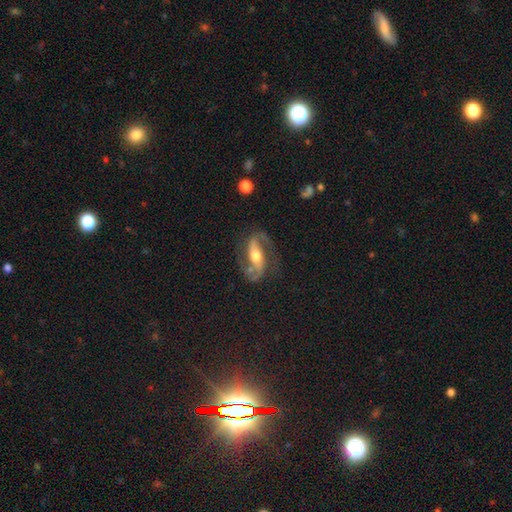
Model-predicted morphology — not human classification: type=featured or disk (85%); edge-on=no (93%); bar=strong (48%); spiral arms=yes (95%); winding=medium (49%); arm count=2 (92%); bulge=moderate (68%); merging=none (73%).